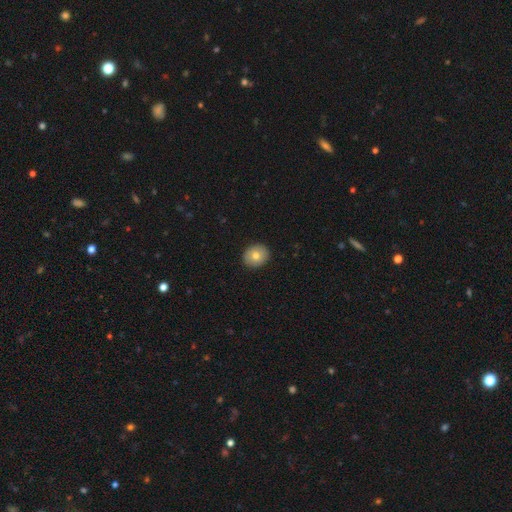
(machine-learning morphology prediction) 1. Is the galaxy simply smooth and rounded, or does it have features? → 76% smooth, 15% featured or disk, 9% star or artifact.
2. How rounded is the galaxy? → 71% round, 28% in between, 1% cigar-shaped.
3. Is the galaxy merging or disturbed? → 91% none, 6% minor disturbance, 2% major disturbance, 1% merger.